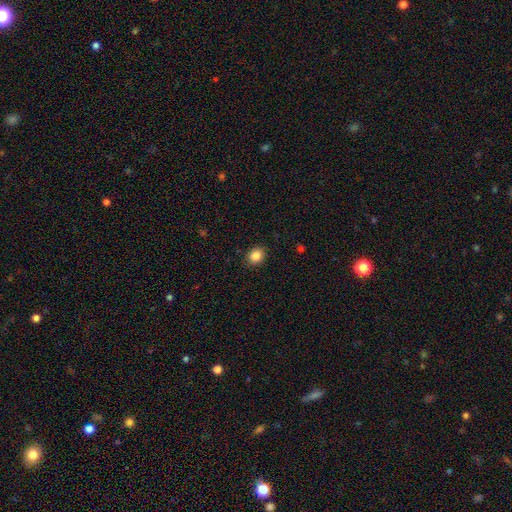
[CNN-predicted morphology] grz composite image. It shows a smooth galaxy with no disk features (86%) that is round (62%). Merging: none (89%).